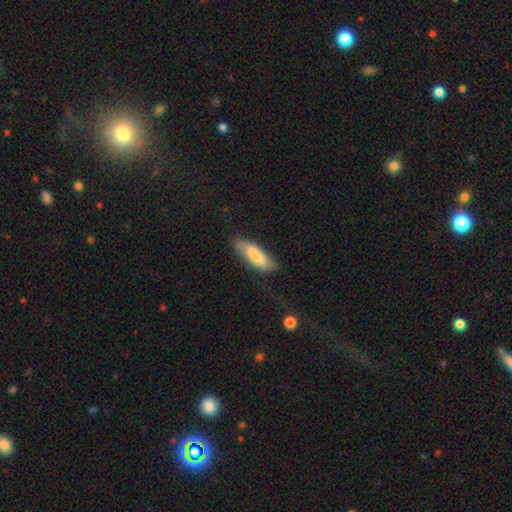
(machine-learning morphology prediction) Smooth or featured?
  - smooth: 77% *
  - featured or disk: 18%
  - star or artifact: 6%
How rounded?
  - in between: 58% *
  - cigar-shaped: 40%
  - round: 2%
Merging?
  - none: 67% *
  - minor disturbance: 24%
  - major disturbance: 7%
  - merger: 2%